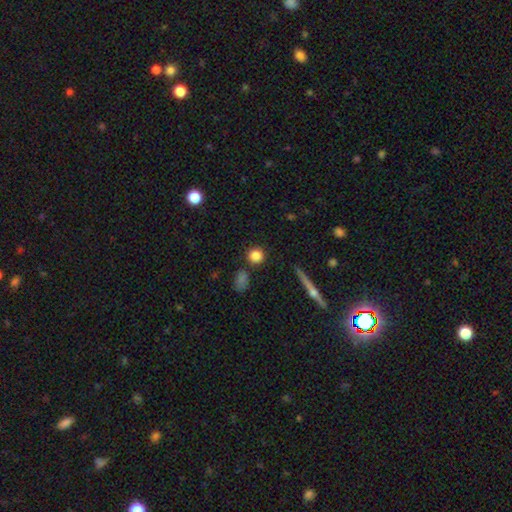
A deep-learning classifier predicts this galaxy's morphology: Smooth or featured? Predicted: smooth (p=0.83). How rounded? Predicted: round (p=0.91). Merging? Predicted: none (p=0.83).